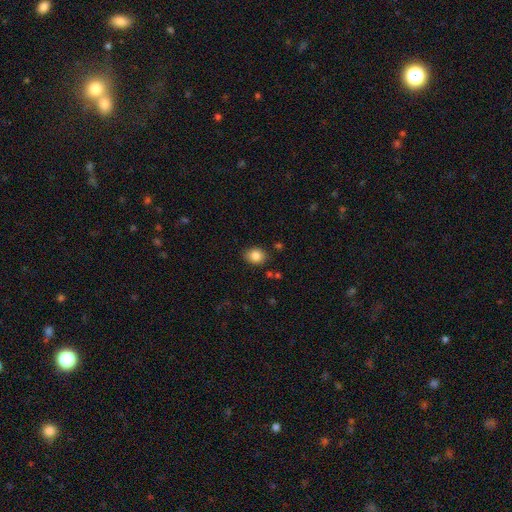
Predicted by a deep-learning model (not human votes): This appears to be a smooth galaxy with no disk features (85%) that is in between round and cigar-shaped (51%). Merging: none (85%).